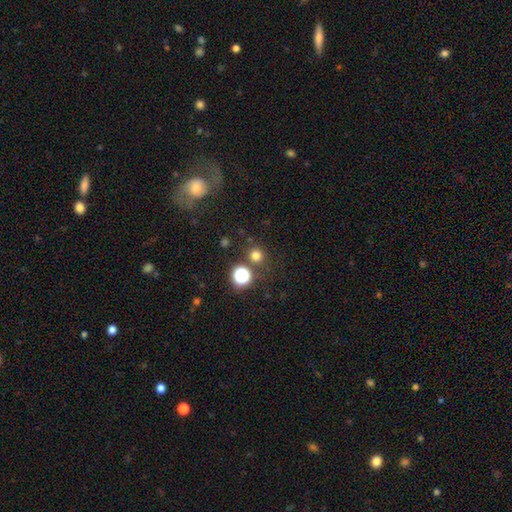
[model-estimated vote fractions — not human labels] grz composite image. It shows a smooth galaxy with no disk features (74%) that is round (92%). Merging: none (82%).